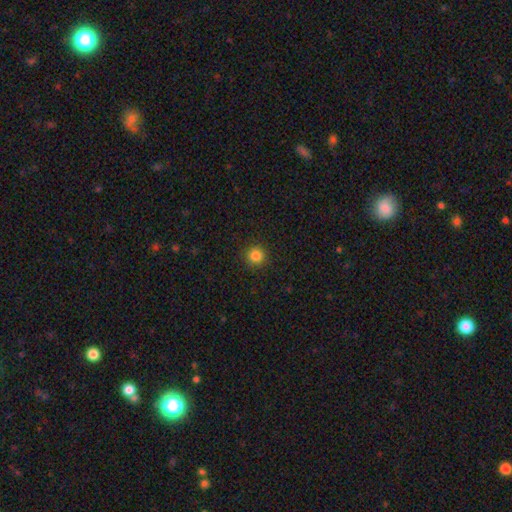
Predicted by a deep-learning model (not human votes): This appears to be a smooth galaxy with no disk features (84%) that is round (95%). Merging: none (92%).